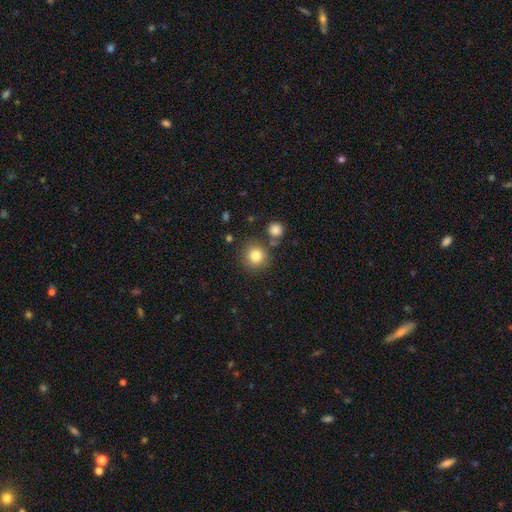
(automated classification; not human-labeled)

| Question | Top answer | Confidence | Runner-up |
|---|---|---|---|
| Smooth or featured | smooth | 82% | star or artifact (11%) |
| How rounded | round | 93% | in between (7%) |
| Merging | none | 81% | minor disturbance (8%) |